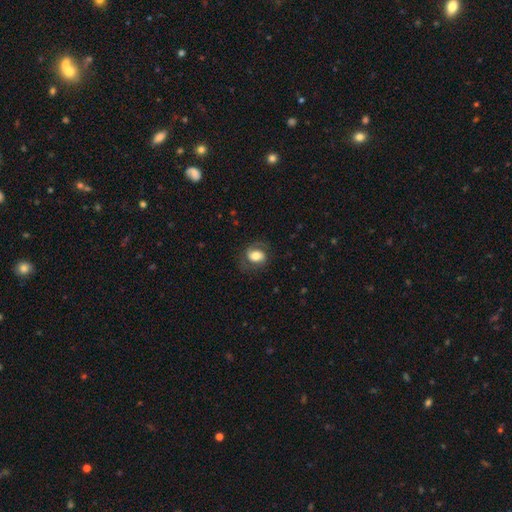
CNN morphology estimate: Smooth or featured? smooth (46%, tied with featured or disk)
Merging? none (70%)